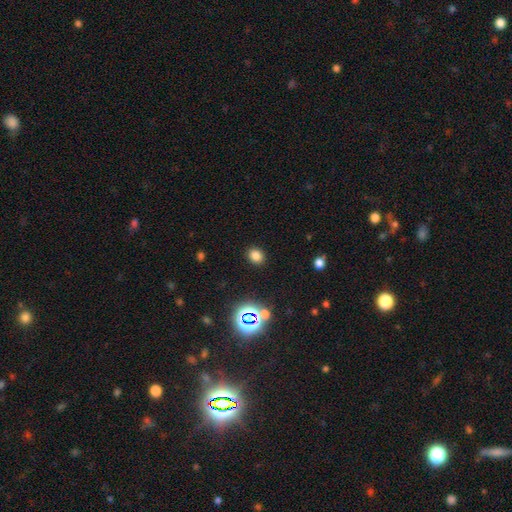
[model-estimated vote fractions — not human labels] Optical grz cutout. It shows a smooth galaxy with no disk features (77%) that is round (61%). Merging: none (89%).